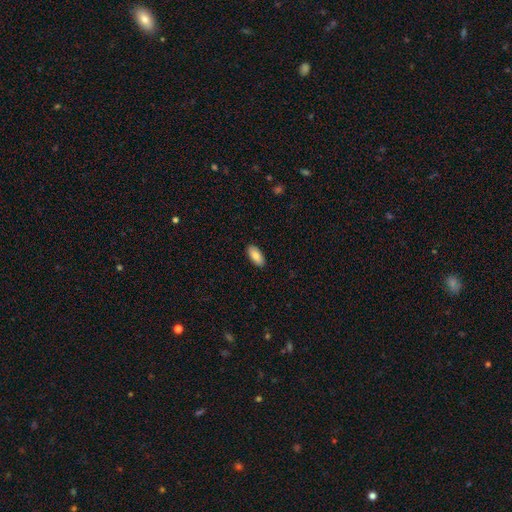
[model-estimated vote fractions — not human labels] This is clearly a smooth galaxy (86%). How rounded: clearly in between (91%). Merging: clearly none (90%).